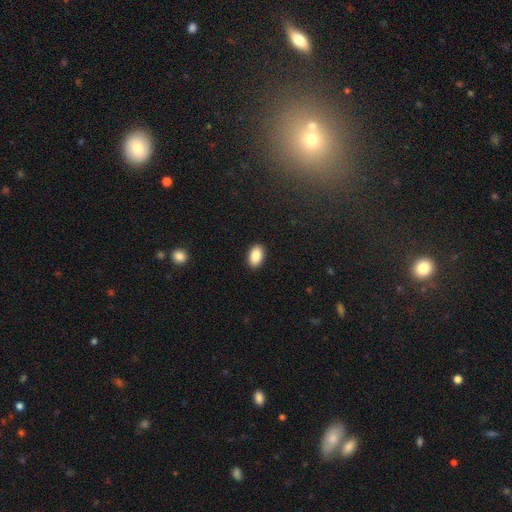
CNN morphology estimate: smooth-or-featured: smooth: 88% | star or artifact: 7% | featured or disk: 4%
  how-rounded: in between: 91% | round: 8% | cigar-shaped: 1%
  merging: none: 91% | minor disturbance: 7% | major disturbance: 2% | merger: 1%